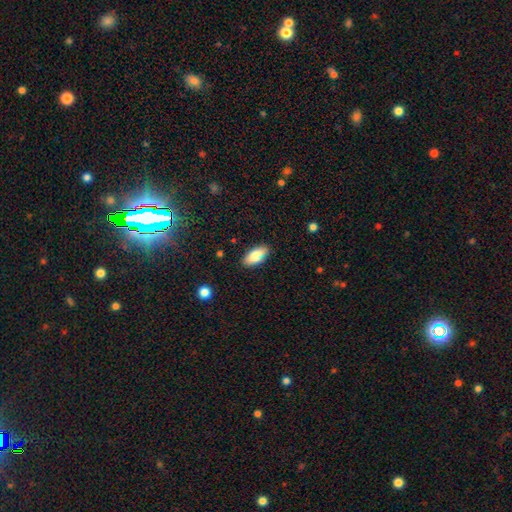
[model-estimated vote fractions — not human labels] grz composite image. It shows a smooth galaxy with no disk features (80%) that is in between round and cigar-shaped (86%). Merging: none (85%).